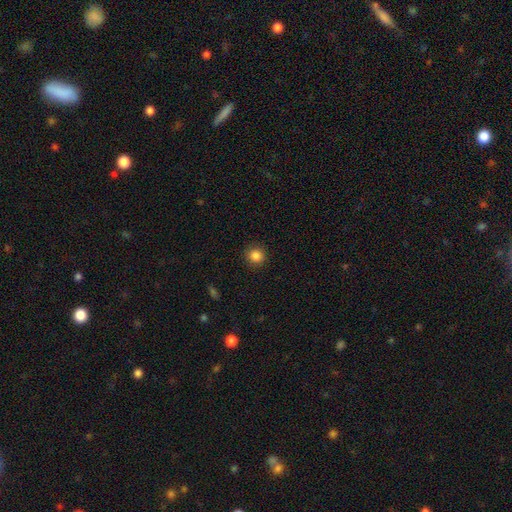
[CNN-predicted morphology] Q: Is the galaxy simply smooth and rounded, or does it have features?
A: smooth — 86%.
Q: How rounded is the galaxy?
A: round — 92%.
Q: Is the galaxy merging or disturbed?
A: none — 90%.